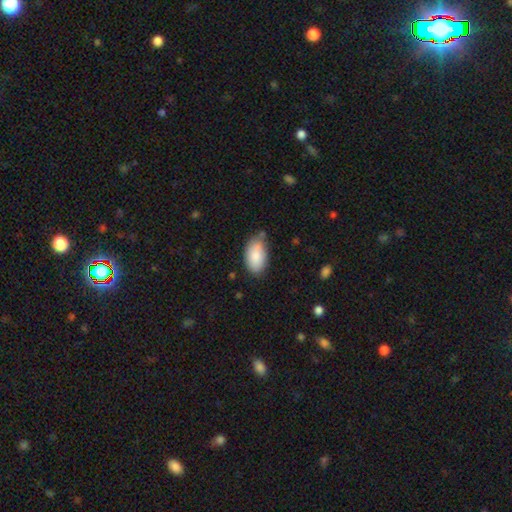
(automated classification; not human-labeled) smooth-or-featured: smooth: 85% | featured or disk: 8% | star or artifact: 6%
  how-rounded: in between: 95% | round: 3% | cigar-shaped: 2%
  merging: none: 65% | minor disturbance: 26% | major disturbance: 5% | merger: 5%